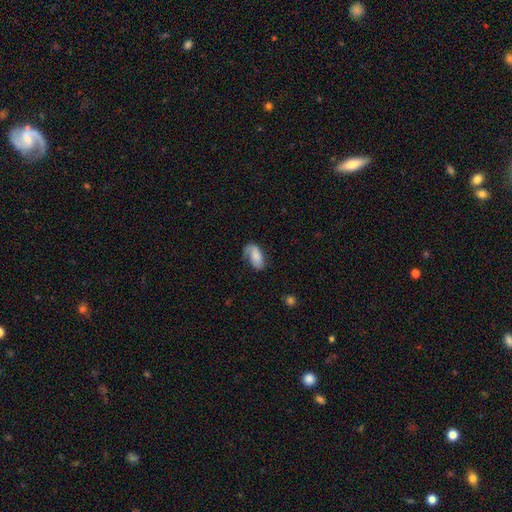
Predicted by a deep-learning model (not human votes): Smooth or featured?
  - smooth: 67% *
  - featured or disk: 26%
  - star or artifact: 7%
How rounded?
  - in between: 92% *
  - round: 4%
  - cigar-shaped: 4%
Merging?
  - none: 47% *
  - minor disturbance: 29%
  - major disturbance: 21%
  - merger: 3%